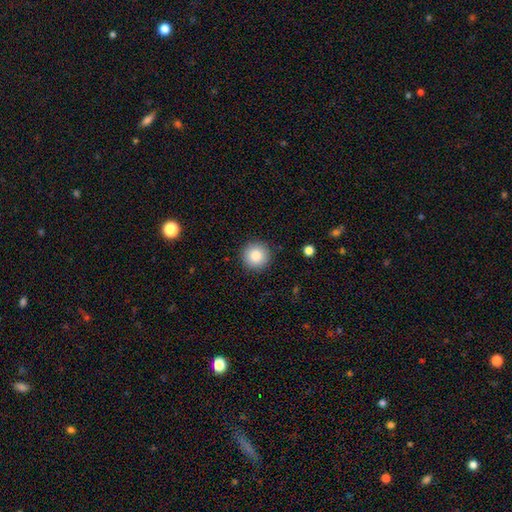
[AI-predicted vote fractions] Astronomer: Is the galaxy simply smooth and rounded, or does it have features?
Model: smooth — 87%.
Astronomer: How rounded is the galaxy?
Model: round — 96%.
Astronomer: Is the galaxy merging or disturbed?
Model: none — 91%.